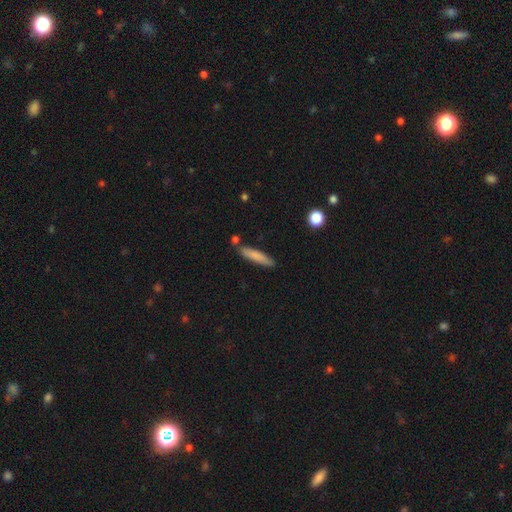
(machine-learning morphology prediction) smooth-or-featured: smooth: 78% | featured or disk: 16% | star or artifact: 6%
  how-rounded: cigar-shaped: 87% | in between: 12% | round: 2%
  merging: none: 79% | minor disturbance: 13% | merger: 6% | major disturbance: 2%